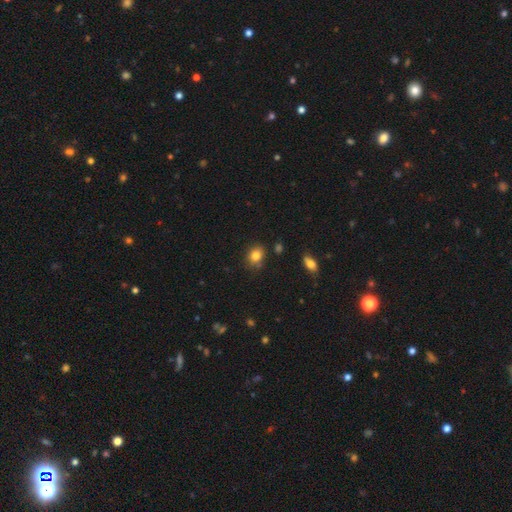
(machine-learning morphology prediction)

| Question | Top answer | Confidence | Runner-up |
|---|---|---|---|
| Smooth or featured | smooth | 82% | star or artifact (11%) |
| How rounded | round | 51% | in between (48%) |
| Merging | none | 78% | minor disturbance (15%) |